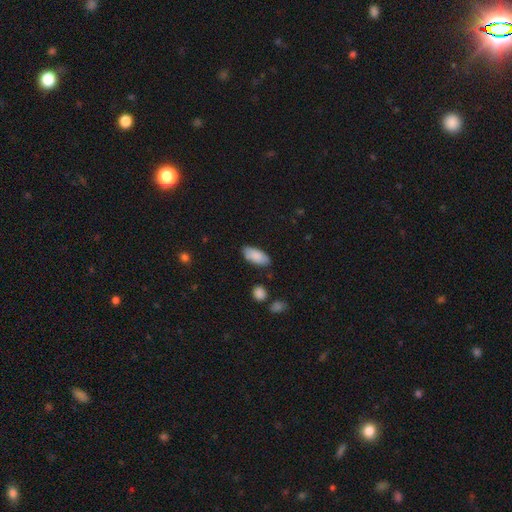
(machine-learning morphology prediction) Smooth or featured?
  - smooth: 87% *
  - featured or disk: 6%
  - star or artifact: 6%
How rounded?
  - in between: 89% *
  - cigar-shaped: 9%
  - round: 2%
Merging?
  - none: 83% *
  - minor disturbance: 13%
  - major disturbance: 3%
  - merger: 2%